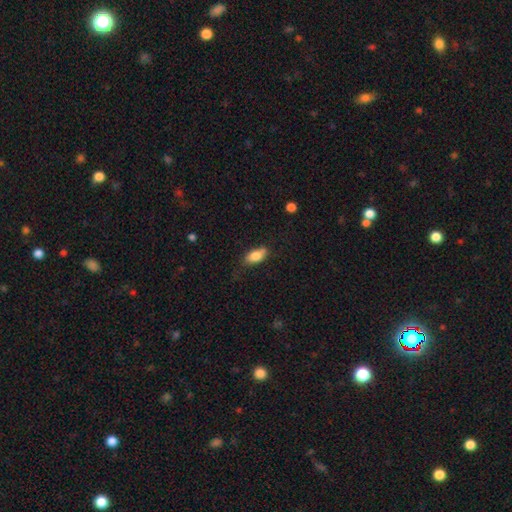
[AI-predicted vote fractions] Smooth or featured? Predicted: smooth (p=0.79). How rounded? Predicted: in between (p=0.85). Merging? Predicted: none (p=0.68).